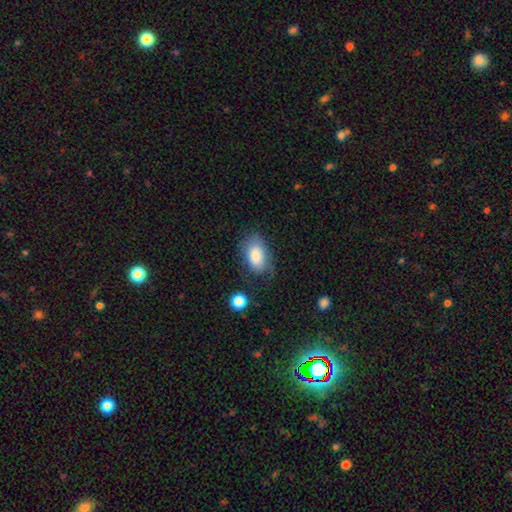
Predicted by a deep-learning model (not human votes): This appears to be a smooth galaxy with no disk features (78%) that is in between round and cigar-shaped (91%). Merging: none (59%).